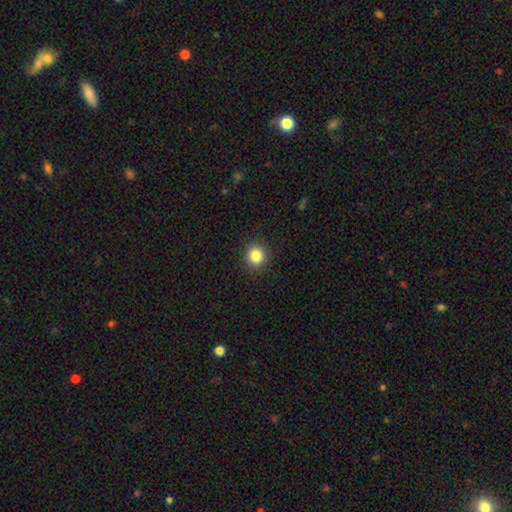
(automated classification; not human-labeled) Smooth or featured? Predicted: smooth (p=0.84). How rounded? Predicted: round (p=0.91). Merging? Predicted: none (p=0.91).